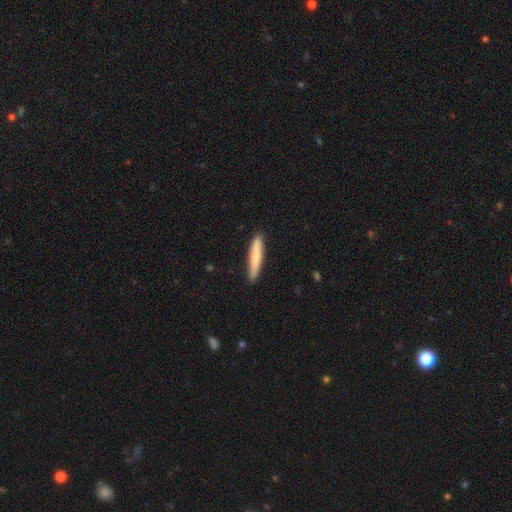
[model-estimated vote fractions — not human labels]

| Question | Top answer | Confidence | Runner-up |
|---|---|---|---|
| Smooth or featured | smooth | 75% | featured or disk (20%) |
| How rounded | cigar-shaped | 93% | in between (6%) |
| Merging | none | 89% | minor disturbance (9%) |